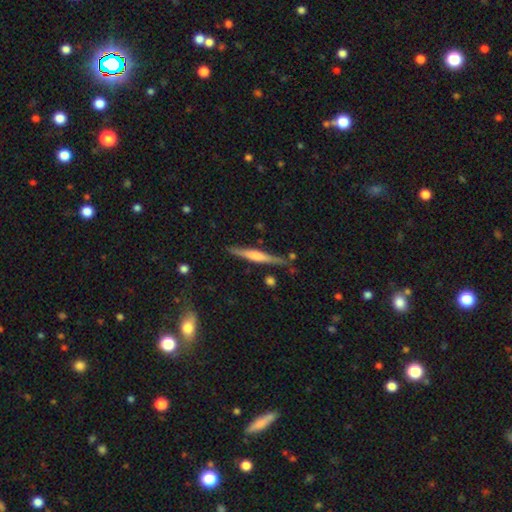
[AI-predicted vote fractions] Smooth or featured? Predicted: featured or disk (p=0.62). Edge-on disk? Predicted: yes (p=0.97). Edge-on bulge? Predicted: rounded (p=0.57). Merging? Predicted: none (p=0.84).